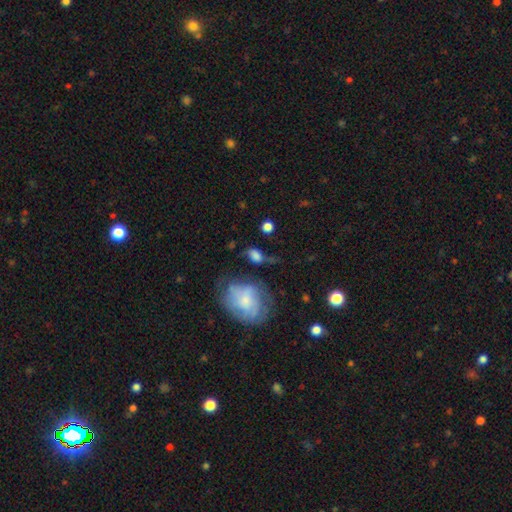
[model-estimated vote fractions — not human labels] Smooth or featured? Predicted: smooth (p=0.67). How rounded? Predicted: in between (p=0.69). Merging? Predicted: none (p=0.47).